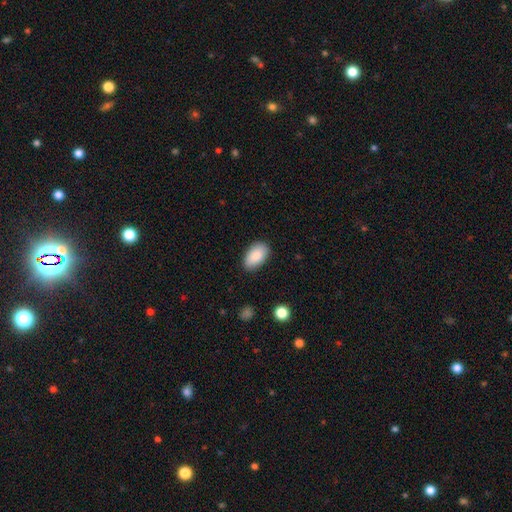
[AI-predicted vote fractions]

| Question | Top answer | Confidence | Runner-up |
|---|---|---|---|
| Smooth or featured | smooth | 88% | star or artifact (6%) |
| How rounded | in between | 94% | round (4%) |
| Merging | none | 83% | minor disturbance (13%) |